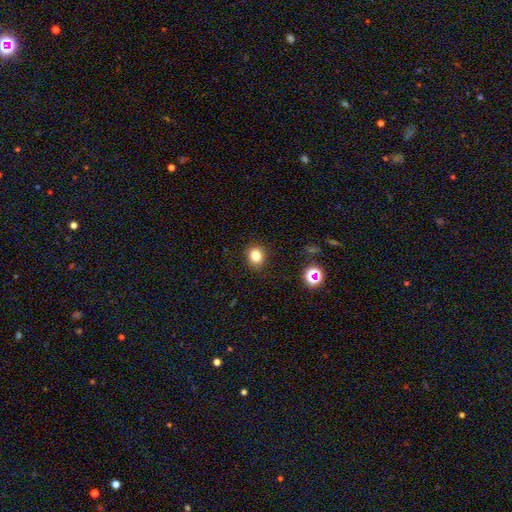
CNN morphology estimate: This is clearly a smooth galaxy (80%). How rounded: likely round (68%). Merging: clearly none (88%).